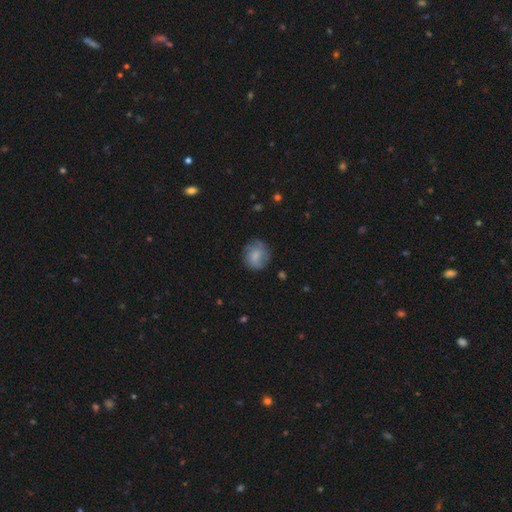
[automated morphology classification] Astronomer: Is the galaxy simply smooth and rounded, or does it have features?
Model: smooth — 70%.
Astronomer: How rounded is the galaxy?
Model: round — 82%.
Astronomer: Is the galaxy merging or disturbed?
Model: none — 72%.